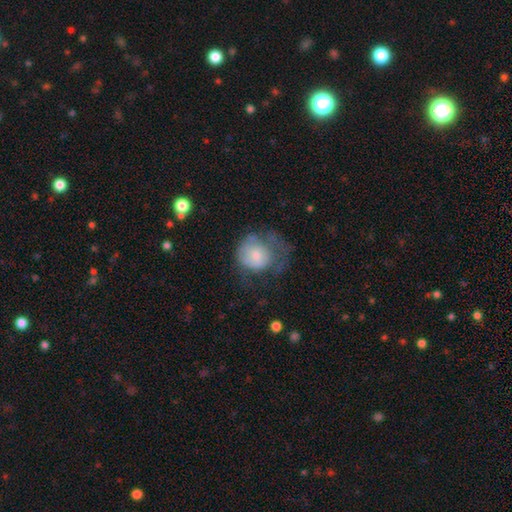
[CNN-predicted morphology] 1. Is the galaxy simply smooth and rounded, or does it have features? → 62% smooth, 30% featured or disk, 8% star or artifact.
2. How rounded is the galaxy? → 75% round, 24% in between, 1% cigar-shaped.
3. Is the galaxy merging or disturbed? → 44% major disturbance, 29% none, 25% minor disturbance, 2% merger.